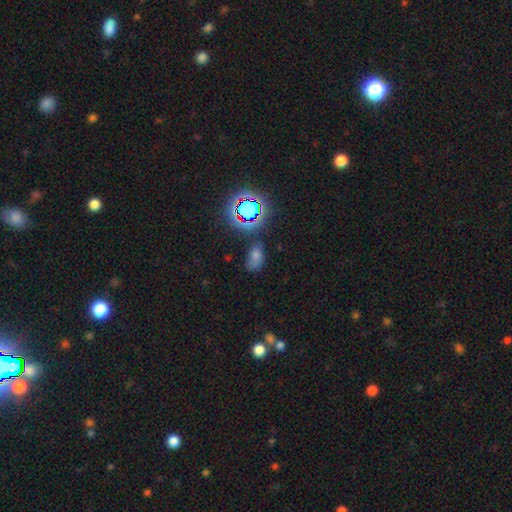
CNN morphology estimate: Q: Smooth or featured?
A: smooth (55%); runner-up: star or artifact (34%)
Q: How rounded?
A: in between (82%); runner-up: round (14%)
Q: Merging?
A: none (67%); runner-up: minor disturbance (20%)